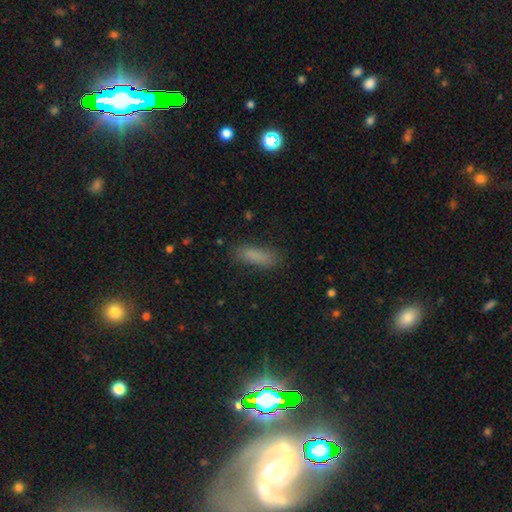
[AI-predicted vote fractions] Morphology: type=smooth (82%); roundness=cigar-shaped (52%); merging=none (82%).